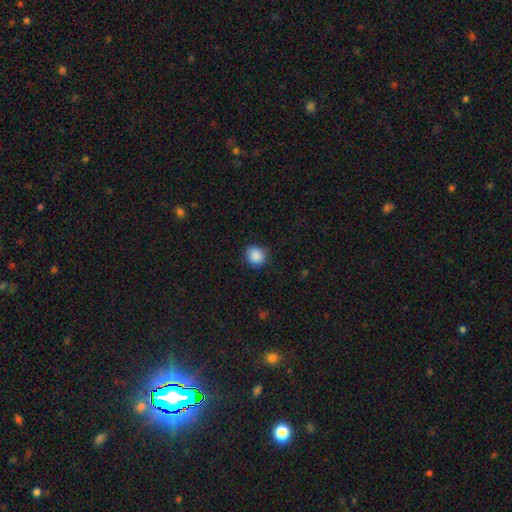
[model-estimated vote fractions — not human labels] This appears to be a smooth galaxy with no disk features (88%) that is round (76%). Merging: none (83%).